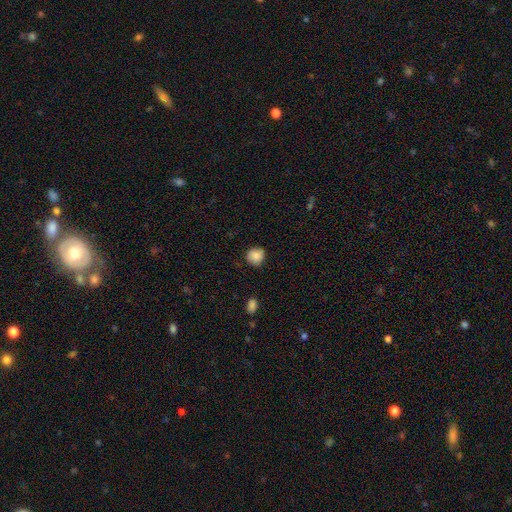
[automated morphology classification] Smooth or featured? Predicted: smooth (p=0.86). How rounded? Predicted: round (p=0.86). Merging? Predicted: none (p=0.82).